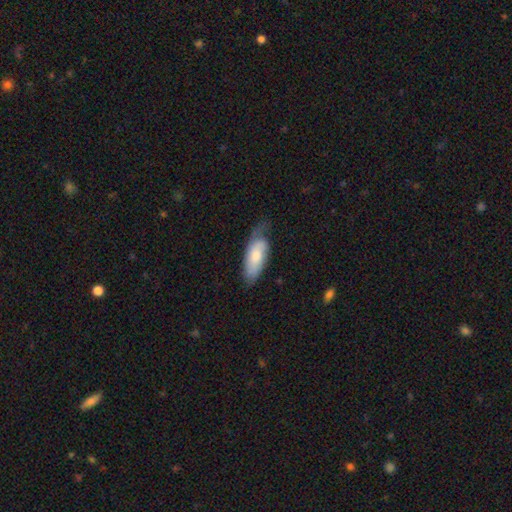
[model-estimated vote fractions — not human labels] Overall: smooth (61%; featured or disk 34%). How rounded: in between (79%). Merging: none (47%; minor disturbance 36%).